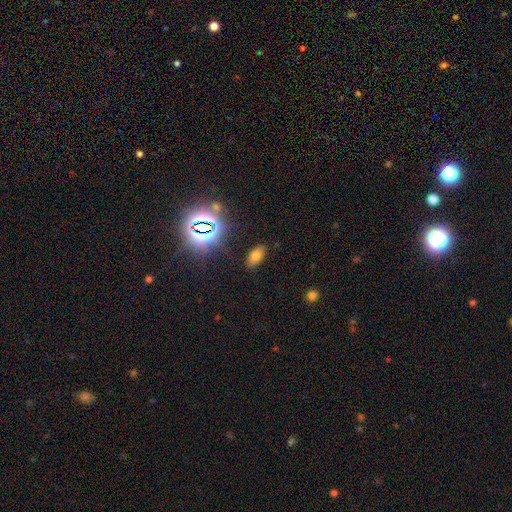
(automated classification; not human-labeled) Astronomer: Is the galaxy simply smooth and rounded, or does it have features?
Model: smooth — 65%.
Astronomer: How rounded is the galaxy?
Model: in between — 89%.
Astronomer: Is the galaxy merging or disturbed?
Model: none — 86%.